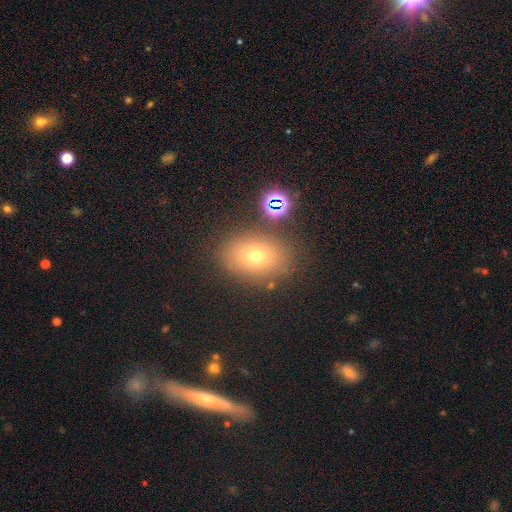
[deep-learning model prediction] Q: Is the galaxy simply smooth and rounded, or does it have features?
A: smooth — 68%.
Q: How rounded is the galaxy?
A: in between — 67%.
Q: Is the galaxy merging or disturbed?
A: none — 80%.